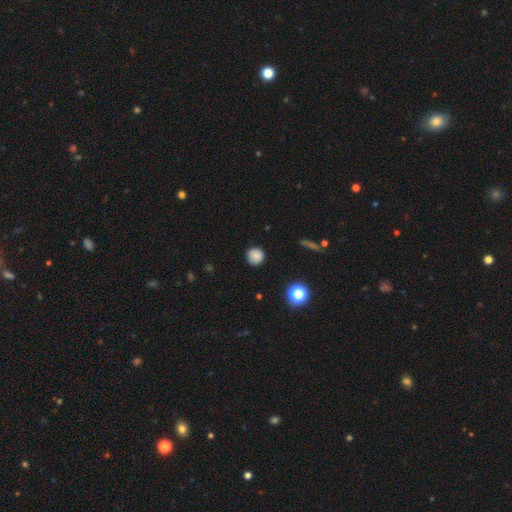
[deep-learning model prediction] smooth 84%, star or artifact 11%, featured or disk 5%. Down the decision tree: how rounded — round (93%); merging — none (87%).